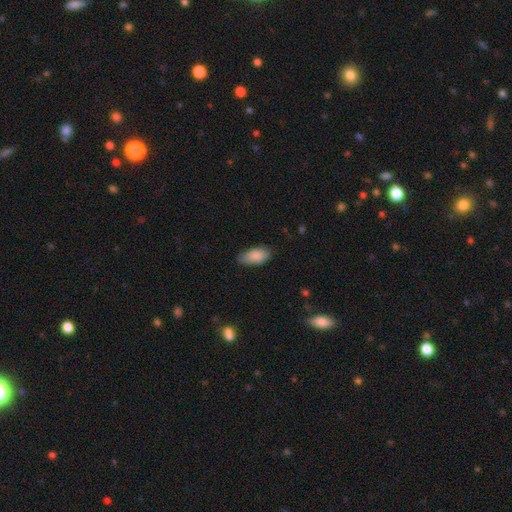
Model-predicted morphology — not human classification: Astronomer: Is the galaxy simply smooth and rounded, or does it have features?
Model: smooth — 88%.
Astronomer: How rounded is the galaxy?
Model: in between — 91%.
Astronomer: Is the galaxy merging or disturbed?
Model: none — 75%.